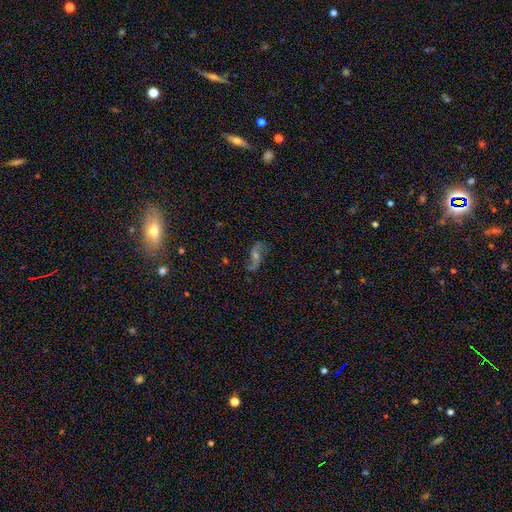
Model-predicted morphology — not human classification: smooth_or_featured: featured or disk (p=0.75) [alt: star or artifact p=0.13]
disk_edge_on: no (p=0.93) [alt: yes p=0.07]
bar: no (p=0.53) [alt: weak p=0.34]
has_spiral_arms: yes (p=0.93) [alt: no p=0.07]
spiral_winding: loose (p=0.66) [alt: medium p=0.27]
spiral_arm_count: 2 (p=0.90) [alt: 1 p=0.03]
bulge_size: moderate (p=0.54) [alt: small p=0.33]
merging: none (p=0.74) [alt: minor disturbance p=0.14]